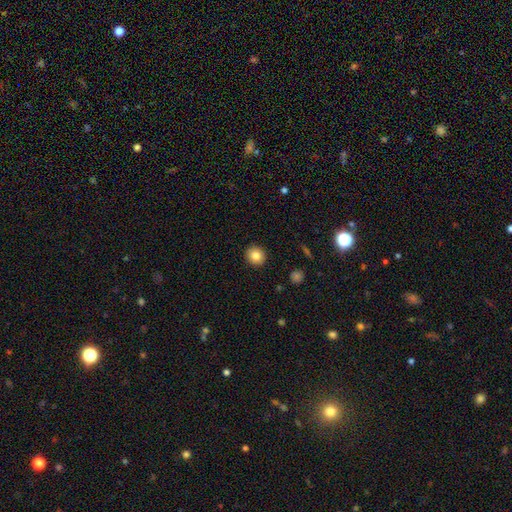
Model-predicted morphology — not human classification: The model was most divided on "smooth or featured": smooth: 83%, star or artifact: 10%, featured or disk: 7%. More confident: merging — none (92%); how rounded — round (89%).